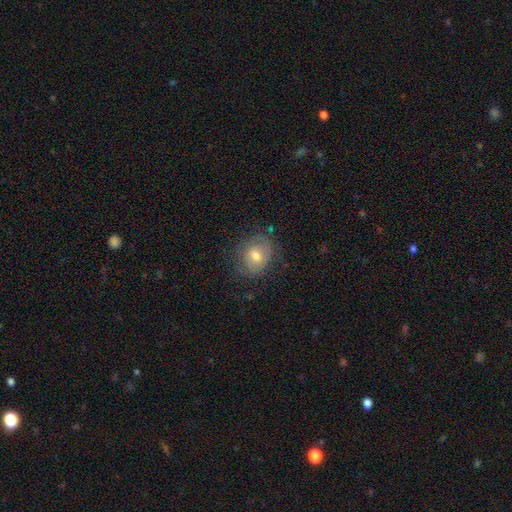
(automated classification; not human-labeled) Smooth or featured: smooth — 50% (featured or disk — 41%)
Merging: none — 69% (minor disturbance — 20%)